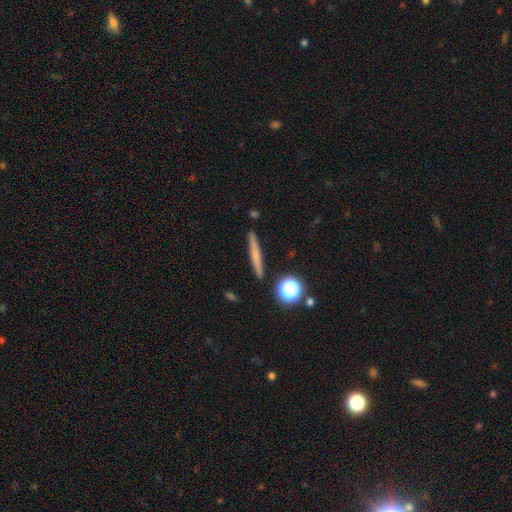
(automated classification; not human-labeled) A smooth galaxy with no disk features (56%) that is cigar-shaped (90%).

Vote fractions:
- Smooth or featured? smooth: 56% / featured or disk: 34% / star or artifact: 10%
- How rounded? cigar-shaped: 90% / round: 5% / in between: 5%
- Merging? none: 90% / minor disturbance: 7% / merger: 2% / major disturbance: 2%